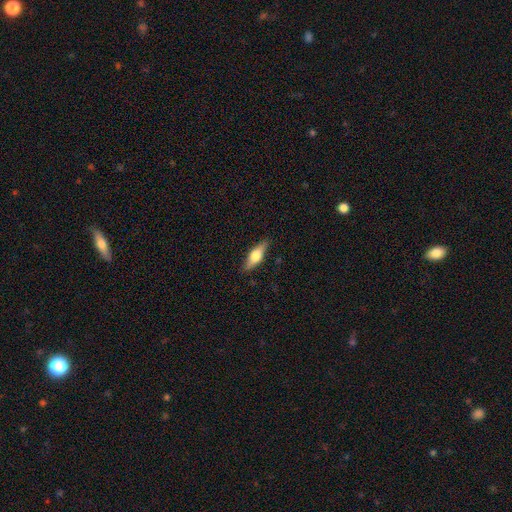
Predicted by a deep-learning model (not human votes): This is possibly a smooth galaxy (52%). How rounded: possibly in between (56%). Merging: clearly none (86%).